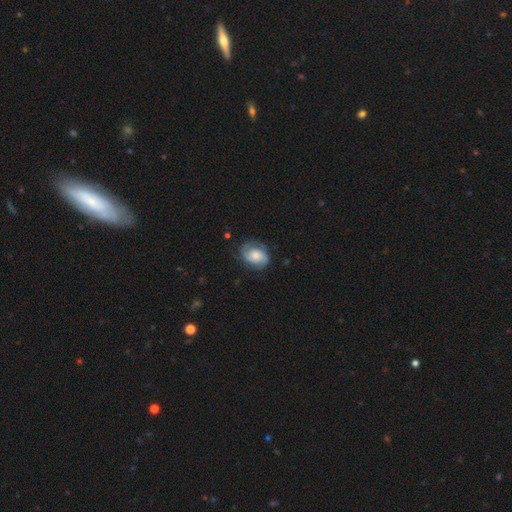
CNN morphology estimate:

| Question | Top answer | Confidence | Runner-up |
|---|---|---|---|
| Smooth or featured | featured or disk | 69% | smooth (24%) |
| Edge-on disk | no | 98% | yes (2%) |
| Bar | no | 67% | weak (27%) |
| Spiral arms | yes | 93% | no (7%) |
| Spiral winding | tight | 42% | tied: medium (42%) |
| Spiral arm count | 2 | 80% | can't tell (9%) |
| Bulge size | moderate | 46% | small (35%) |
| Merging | none | 74% | minor disturbance (18%) |